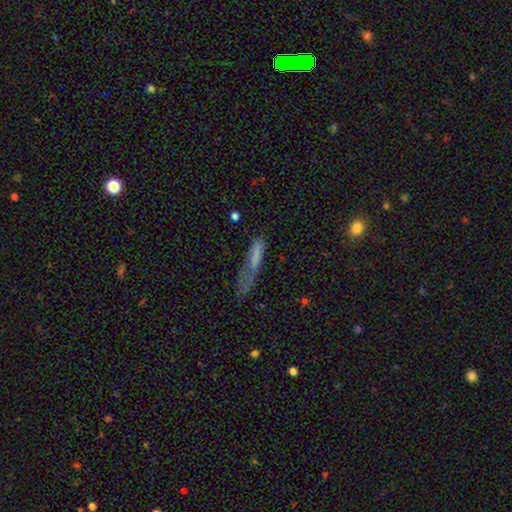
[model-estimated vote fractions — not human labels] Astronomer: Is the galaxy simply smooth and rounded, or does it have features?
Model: smooth — 69%.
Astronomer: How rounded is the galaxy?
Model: cigar-shaped — 79%.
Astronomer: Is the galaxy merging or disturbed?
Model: none — 35% (runner-up: major disturbance, 31%).